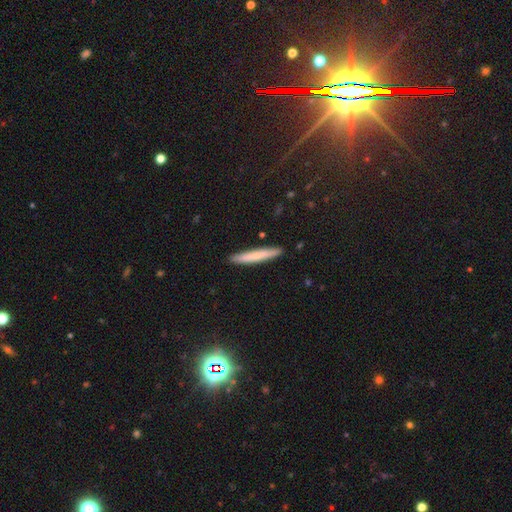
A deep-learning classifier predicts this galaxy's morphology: Overall: smooth (73%). How rounded: cigar-shaped (95%). Merging: none (91%).